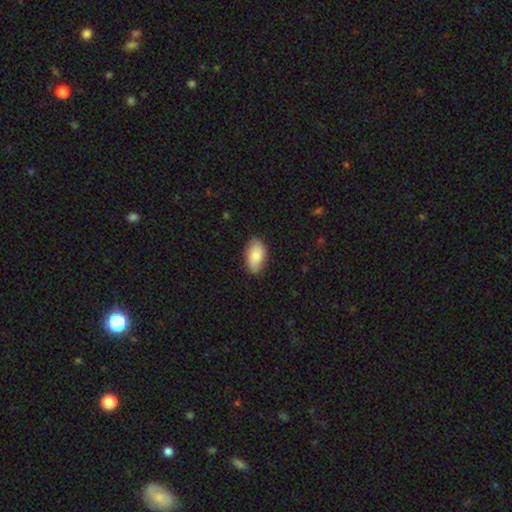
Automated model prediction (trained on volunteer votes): Smooth or featured: smooth — 82% (featured or disk — 12%)
How rounded: in between — 94% (round — 4%)
Merging: none — 82% (minor disturbance — 15%)